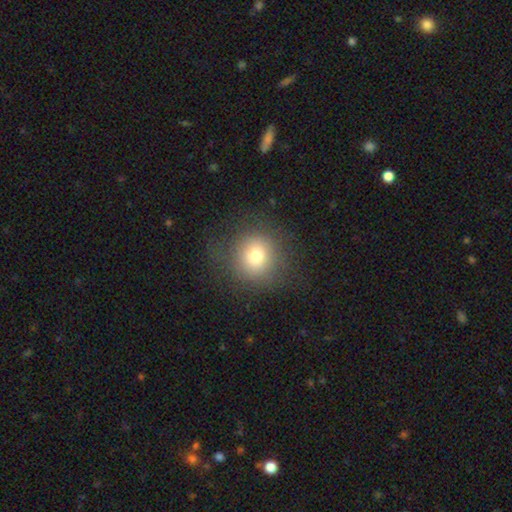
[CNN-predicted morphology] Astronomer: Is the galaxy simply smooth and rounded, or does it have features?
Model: smooth — 75%.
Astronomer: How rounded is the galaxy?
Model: round — 91%.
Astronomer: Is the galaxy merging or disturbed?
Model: none — 80%.